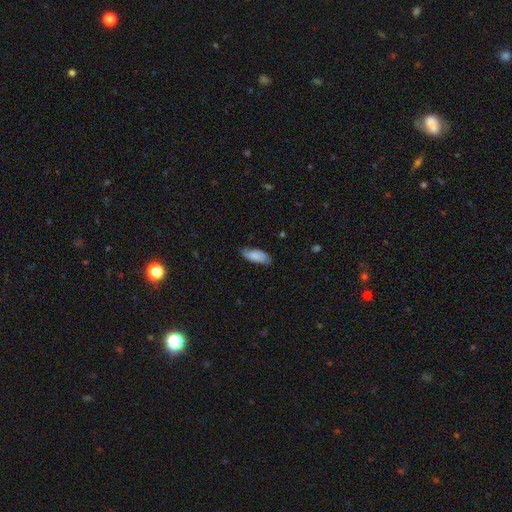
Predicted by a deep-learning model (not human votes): Overall: smooth (74%). How rounded: in between (81%). Merging: none (74%).